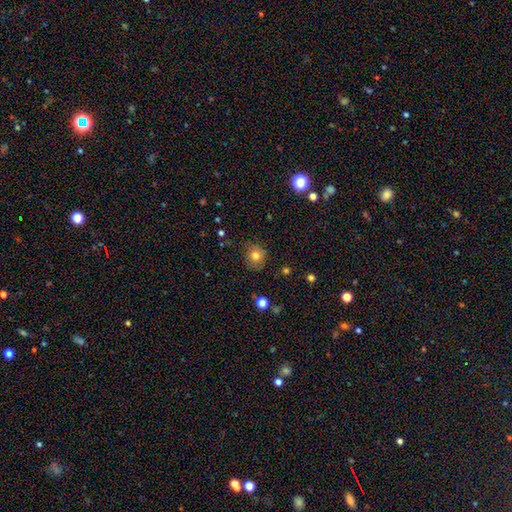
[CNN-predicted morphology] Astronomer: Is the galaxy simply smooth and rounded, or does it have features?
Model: smooth — 77%.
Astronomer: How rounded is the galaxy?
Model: round — 82%.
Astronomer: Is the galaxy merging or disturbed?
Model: none — 78%.